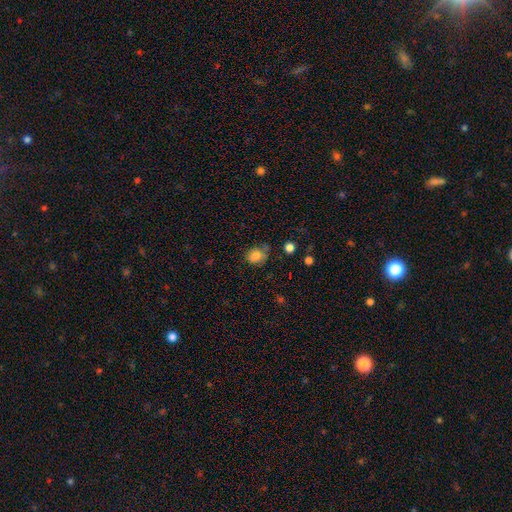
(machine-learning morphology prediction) Smooth or featured: smooth — 82% (star or artifact — 11%)
How rounded: round — 50% (in between — 49%)
Merging: none — 58% (minor disturbance — 29%)